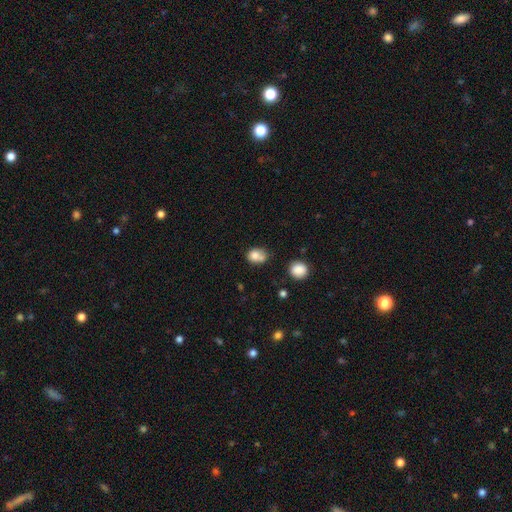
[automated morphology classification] smooth_or_featured: smooth (p=0.78) [alt: star or artifact p=0.11]
how_rounded: round (p=0.50) [alt: in between p=0.49]
merging: none (p=0.40) [alt: merger p=0.28]